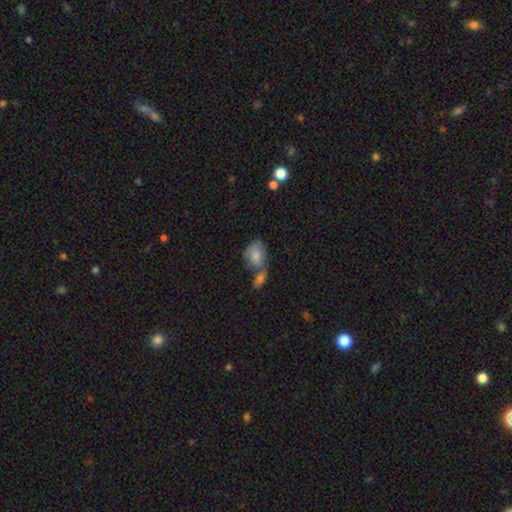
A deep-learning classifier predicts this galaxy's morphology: This is likely a smooth galaxy (74%). How rounded: likely in between (77%). Merging: possibly merger (59%).